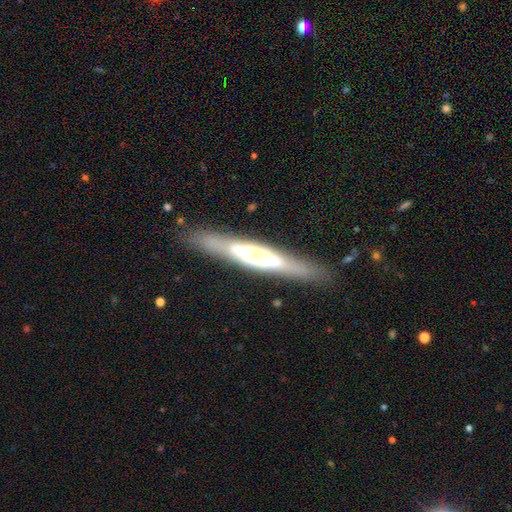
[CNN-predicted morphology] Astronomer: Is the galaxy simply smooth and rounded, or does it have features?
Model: featured or disk — 65%.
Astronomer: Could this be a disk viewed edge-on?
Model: yes — 88%.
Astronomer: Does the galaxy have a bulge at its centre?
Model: boxy — 37% (runner-up: rounded, 36%).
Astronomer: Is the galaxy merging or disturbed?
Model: none — 84%.